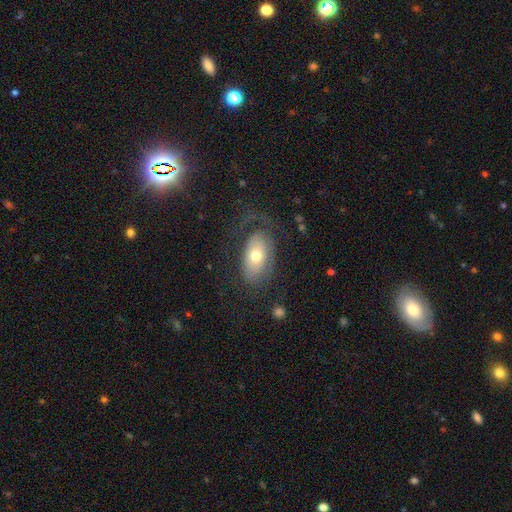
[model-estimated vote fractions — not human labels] A smooth galaxy with no disk features (50%).

Vote fractions:
- Smooth or featured? smooth: 50% / featured or disk: 43% / star or artifact: 7%
- Merging? none: 53% / major disturbance: 26% / minor disturbance: 19% / merger: 2%